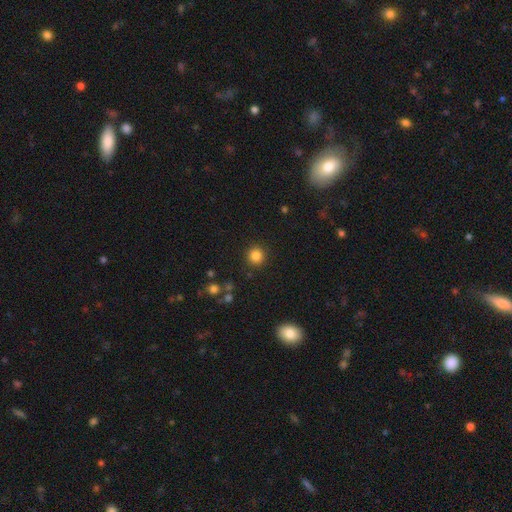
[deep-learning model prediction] A smooth galaxy with no disk features (84%) that is round (93%).

Vote fractions:
- Smooth or featured? smooth: 84% / star or artifact: 11% / featured or disk: 4%
- How rounded? round: 93% / in between: 6% / cigar-shaped: 1%
- Merging? none: 90% / minor disturbance: 6% / major disturbance: 2% / merger: 2%